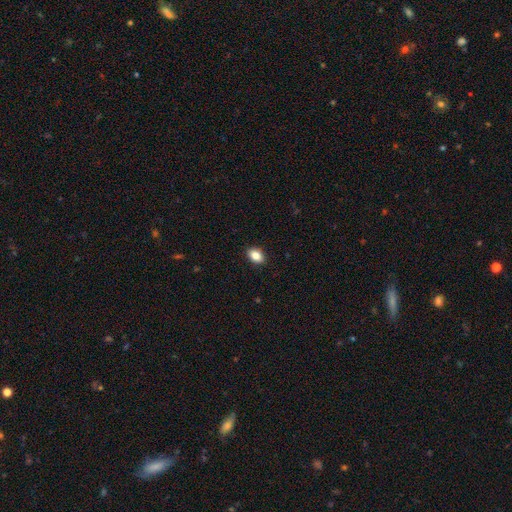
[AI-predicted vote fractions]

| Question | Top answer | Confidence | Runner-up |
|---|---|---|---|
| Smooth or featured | smooth | 86% | star or artifact (8%) |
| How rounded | in between | 84% | round (14%) |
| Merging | none | 90% | minor disturbance (7%) |